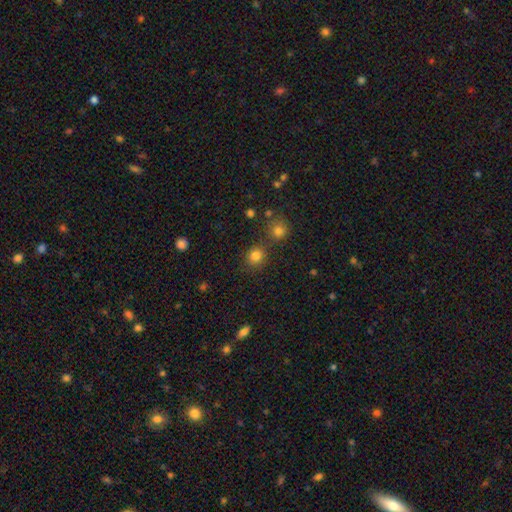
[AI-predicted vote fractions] smooth_or_featured: smooth (p=0.81) [alt: star or artifact p=0.14]
how_rounded: round (p=0.86) [alt: in between p=0.13]
merging: none (p=0.77) [alt: merger p=0.11]